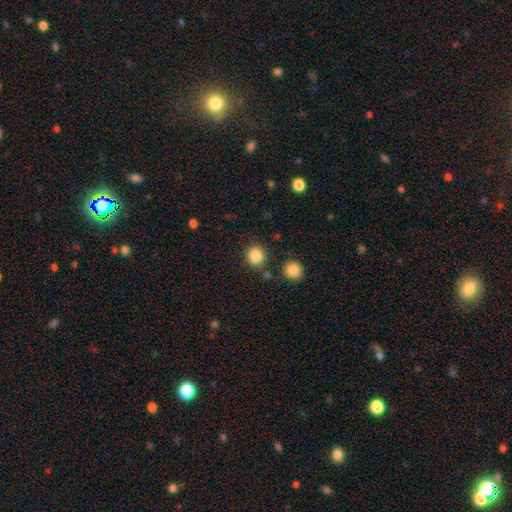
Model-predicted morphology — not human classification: smooth 86%, star or artifact 10%, featured or disk 4%. Down the decision tree: how rounded — round (89%); merging — none (86%).